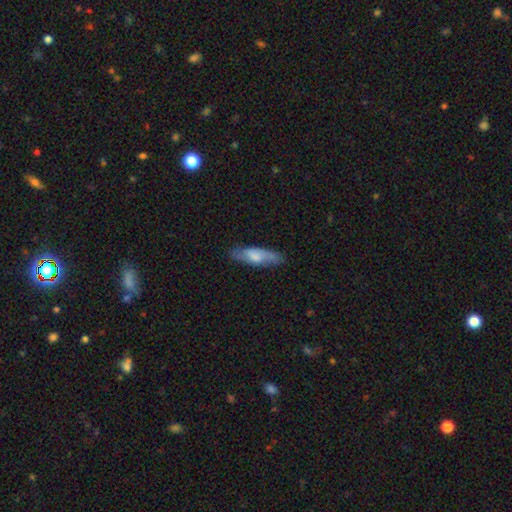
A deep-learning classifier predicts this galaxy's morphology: Smooth or featured: smooth — 61% (featured or disk — 33%)
How rounded: cigar-shaped — 49% (tied with in between — 49%)
Merging: none — 75% (minor disturbance — 19%)